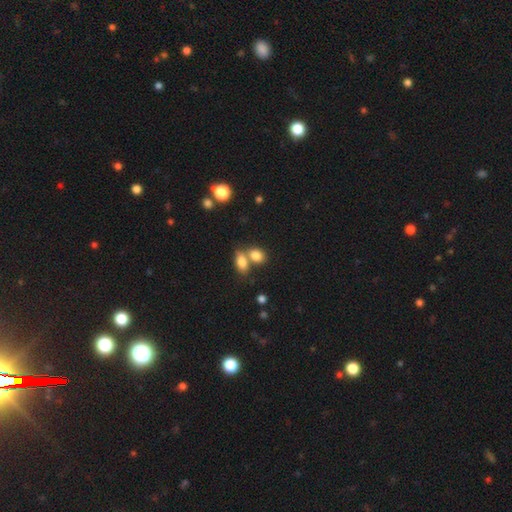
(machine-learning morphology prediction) Smooth or featured?
  - smooth: 82% *
  - star or artifact: 10%
  - featured or disk: 8%
How rounded?
  - in between: 73% *
  - round: 25%
  - cigar-shaped: 2%
Merging?
  - merger: 48% *
  - none: 39%
  - minor disturbance: 9%
  - major disturbance: 4%